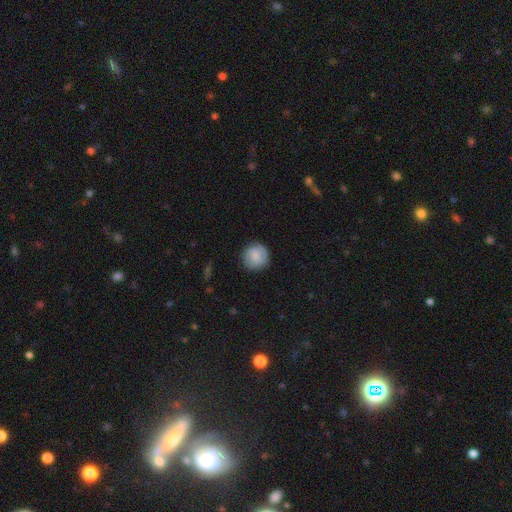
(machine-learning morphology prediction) smooth_or_featured: smooth (p=0.76) [alt: featured or disk p=0.17]
how_rounded: round (p=0.93) [alt: in between p=0.06]
merging: none (p=0.83) [alt: minor disturbance p=0.12]